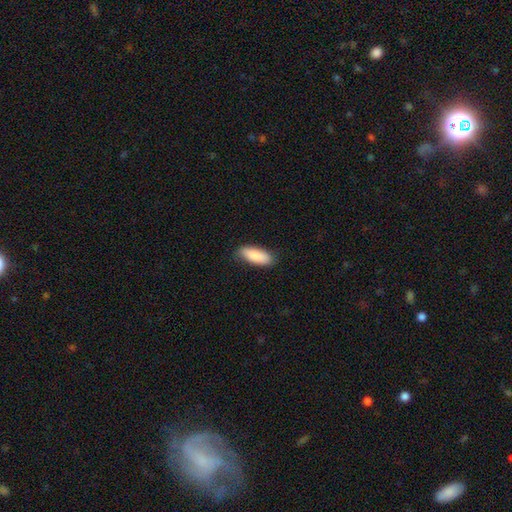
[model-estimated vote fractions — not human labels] A smooth galaxy with no disk features (90%) that is in between round and cigar-shaped (74%).

Vote fractions:
- Smooth or featured? smooth: 90% / star or artifact: 5% / featured or disk: 5%
- How rounded? in between: 74% / cigar-shaped: 24% / round: 2%
- Merging? none: 84% / minor disturbance: 13% / major disturbance: 2% / merger: 1%